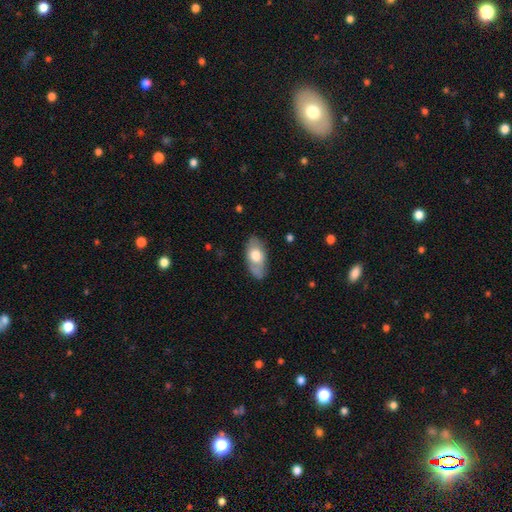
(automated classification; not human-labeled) A smooth galaxy with no disk features (64%) that is in between round and cigar-shaped (91%). Merging: none (75%).